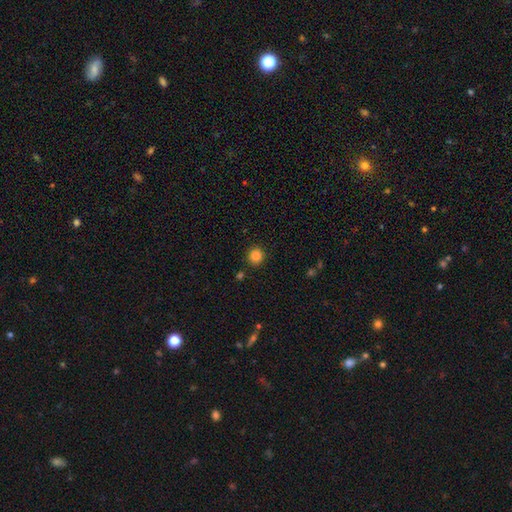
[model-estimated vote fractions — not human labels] A smooth galaxy with no disk features (84%) that is round (91%).

Vote fractions:
- Smooth or featured? smooth: 84% / star or artifact: 12% / featured or disk: 4%
- How rounded? round: 91% / in between: 8% / cigar-shaped: 1%
- Merging? none: 90% / minor disturbance: 6% / merger: 2% / major disturbance: 2%